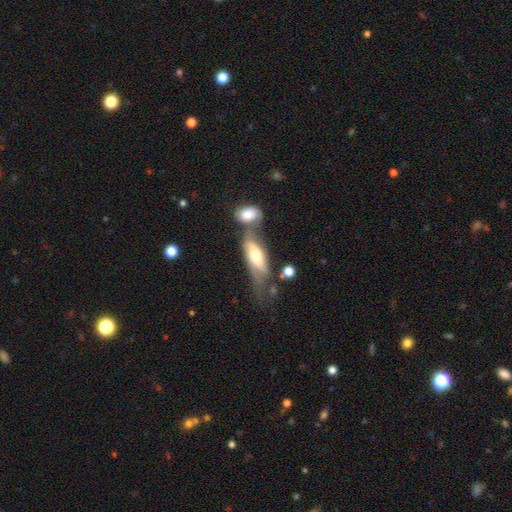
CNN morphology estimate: smooth_or_featured: smooth (p=0.53) [alt: featured or disk p=0.41]
how_rounded: in between (p=0.68) [alt: cigar-shaped p=0.29]
merging: merger (p=0.39) [alt: none p=0.31]